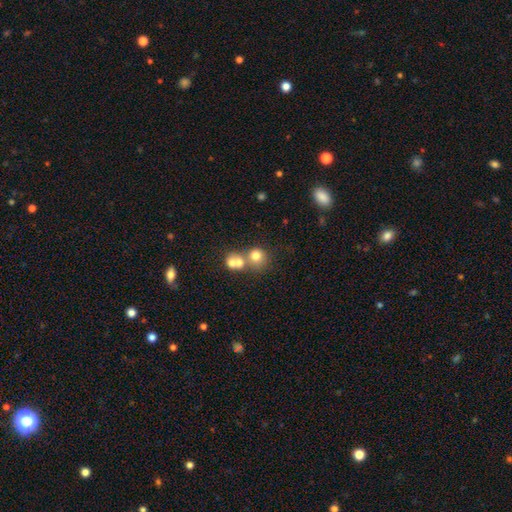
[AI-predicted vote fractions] This appears to be a smooth galaxy with no disk features (71%) that is round (82%). Merging: merger (53%).